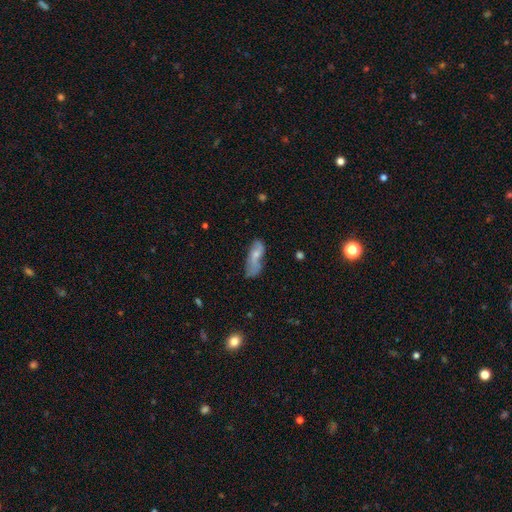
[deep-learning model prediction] Smooth or featured: smooth — 53% (featured or disk — 39%)
How rounded: in between — 69% (cigar-shaped — 27%)
Merging: none — 43% (minor disturbance — 31%)